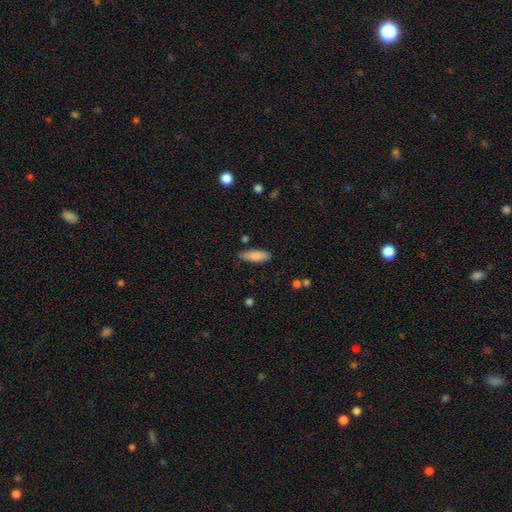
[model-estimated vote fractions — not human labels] This appears to be a smooth galaxy with no disk features (83%) that is in between round and cigar-shaped (59%). Merging: none (81%).